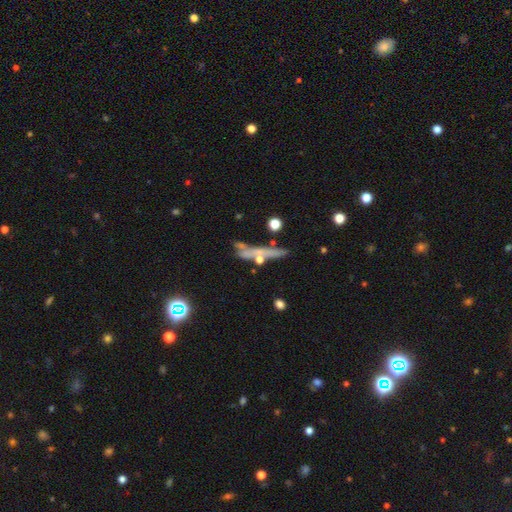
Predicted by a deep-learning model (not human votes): Morphology: type=featured or disk (49%); merging=none (57%).